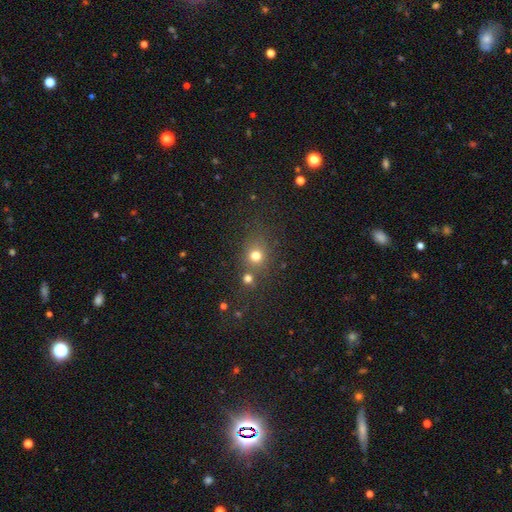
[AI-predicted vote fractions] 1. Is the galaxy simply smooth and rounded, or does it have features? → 72% smooth, 20% star or artifact, 9% featured or disk.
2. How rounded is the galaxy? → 80% round, 19% in between, 1% cigar-shaped.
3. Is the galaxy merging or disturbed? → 63% none, 21% merger, 10% minor disturbance, 5% major disturbance.